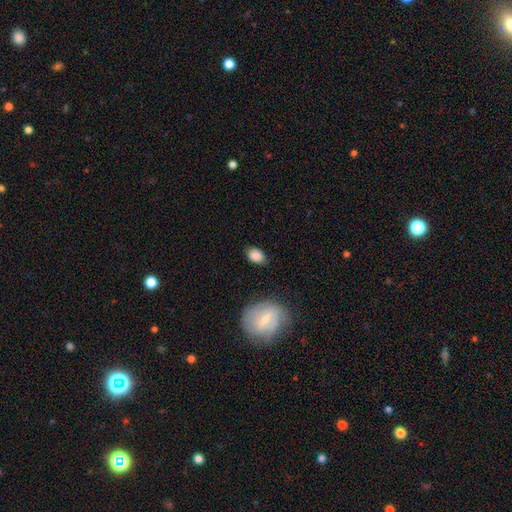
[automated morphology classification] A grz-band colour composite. It shows a smooth galaxy with no disk features (86%) that is in between round and cigar-shaped (83%). Merging: none (80%).